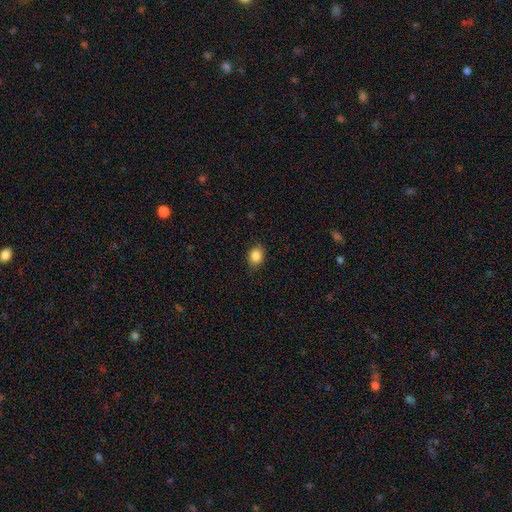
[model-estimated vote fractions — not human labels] Overall: smooth (86%). How rounded: round (53%; in between 46%). Merging: none (82%).